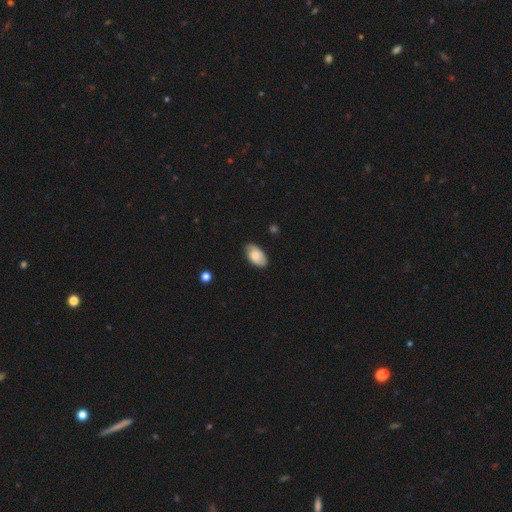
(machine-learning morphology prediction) Smooth or featured?
  - smooth: 76% *
  - featured or disk: 17%
  - star or artifact: 7%
How rounded?
  - in between: 94% *
  - round: 4%
  - cigar-shaped: 2%
Merging?
  - none: 78% *
  - minor disturbance: 18%
  - major disturbance: 3%
  - merger: 1%